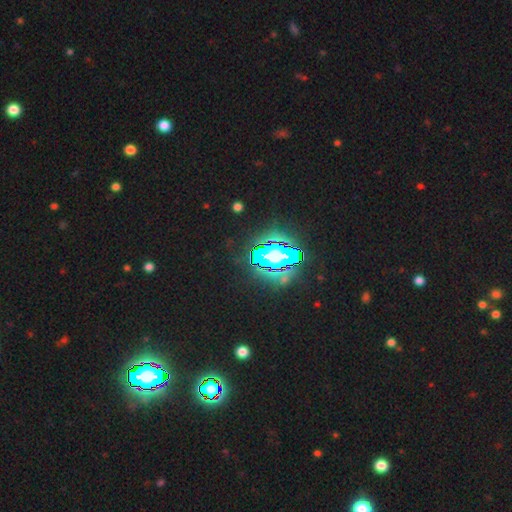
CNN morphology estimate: A star or artifact, not a galaxy (80%).